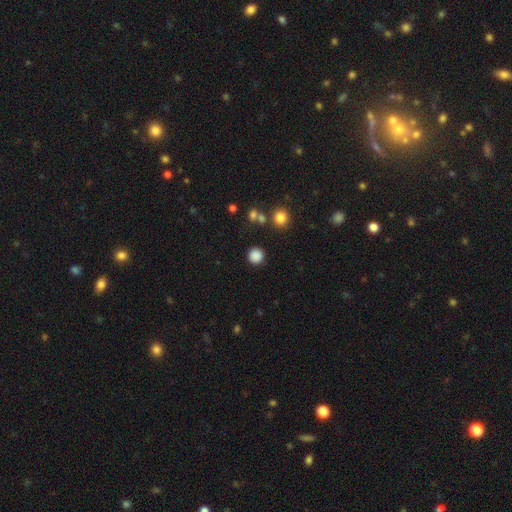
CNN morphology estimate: Smooth or featured? smooth (85%)
How rounded? round (93%)
Merging? none (87%)